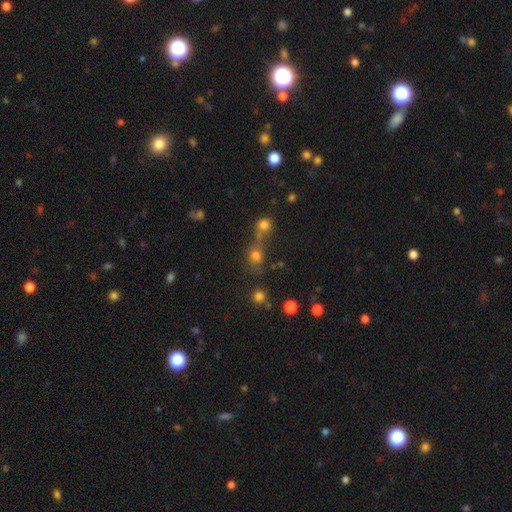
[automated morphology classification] smooth 74%, star or artifact 17%, featured or disk 9%. Down the decision tree: how rounded — round (74%); merging — none (46%).